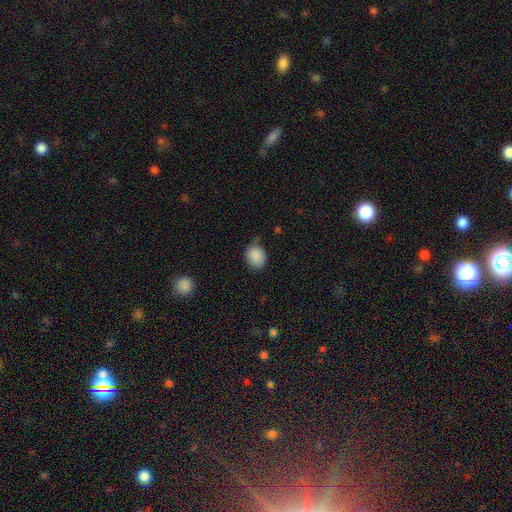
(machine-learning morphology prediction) Smooth or featured? Predicted: smooth (p=0.88). How rounded? Predicted: round (p=0.56). Merging? Predicted: none (p=0.68).